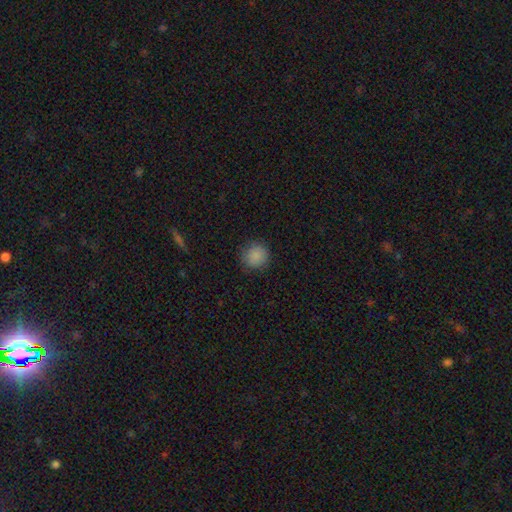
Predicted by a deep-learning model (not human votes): smooth_or_featured: smooth (p=0.87) [alt: star or artifact p=0.10]
how_rounded: round (p=0.92) [alt: in between p=0.07]
merging: none (p=0.87) [alt: minor disturbance p=0.09]